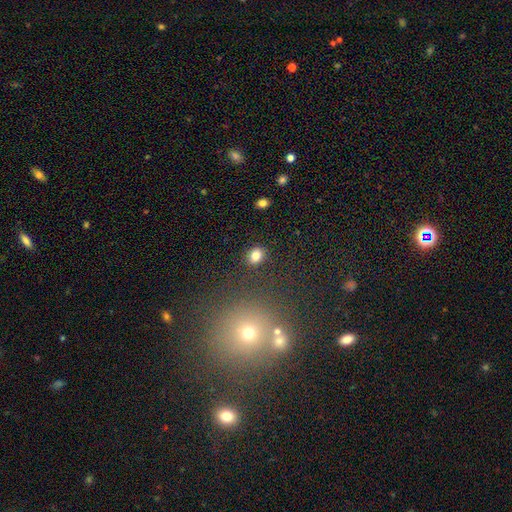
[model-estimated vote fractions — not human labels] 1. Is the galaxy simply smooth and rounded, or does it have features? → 82% smooth, 11% star or artifact, 7% featured or disk.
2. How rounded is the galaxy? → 50% in between, 49% round, 1% cigar-shaped.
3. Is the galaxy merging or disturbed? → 86% none, 9% minor disturbance, 3% major disturbance, 2% merger.